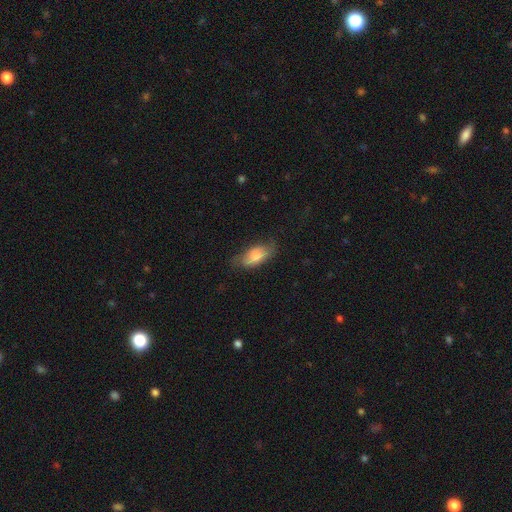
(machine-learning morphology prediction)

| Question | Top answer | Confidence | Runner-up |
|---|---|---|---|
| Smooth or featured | smooth | 76% | featured or disk (17%) |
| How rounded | in between | 87% | cigar-shaped (10%) |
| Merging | none | 60% | minor disturbance (29%) |